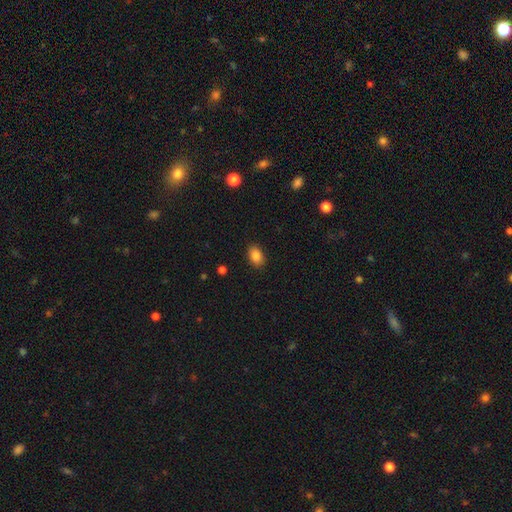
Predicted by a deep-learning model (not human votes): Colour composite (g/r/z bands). It shows a smooth galaxy with no disk features (86%) that is in between round and cigar-shaped (83%). Merging: none (88%).